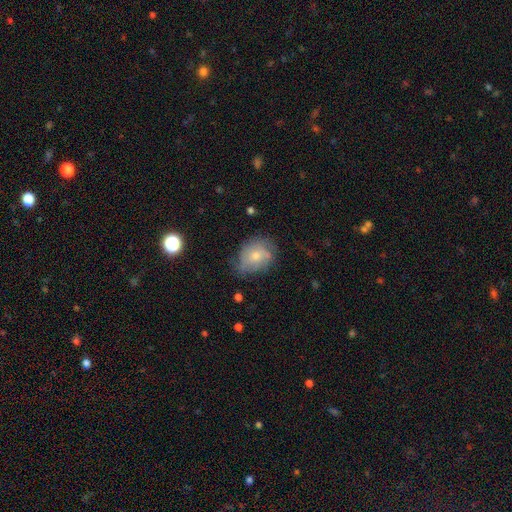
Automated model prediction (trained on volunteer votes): Smooth or featured? smooth (53%)
How rounded? in between (53%)
Merging? none (53%)